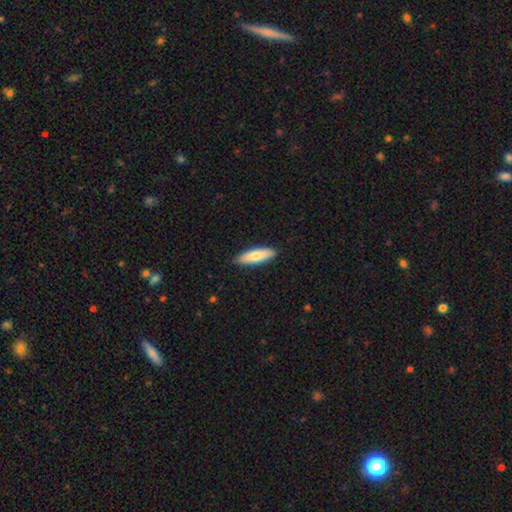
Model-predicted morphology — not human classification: Smooth or featured: smooth — 76% (featured or disk — 19%)
How rounded: cigar-shaped — 57% (in between — 42%)
Merging: none — 89% (minor disturbance — 8%)